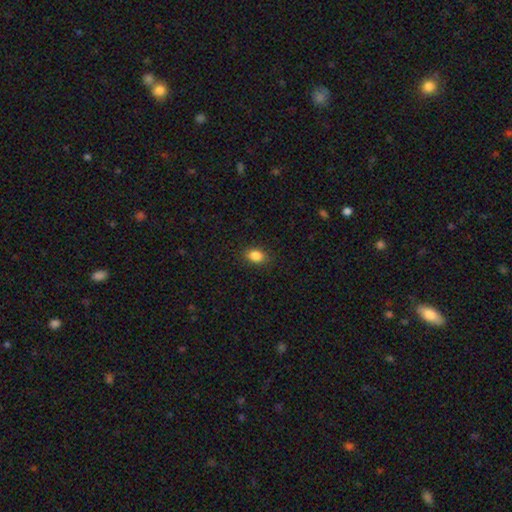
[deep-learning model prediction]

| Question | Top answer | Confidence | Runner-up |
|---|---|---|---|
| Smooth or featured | smooth | 86% | star or artifact (9%) |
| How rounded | in between | 75% | round (24%) |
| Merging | none | 87% | minor disturbance (9%) |